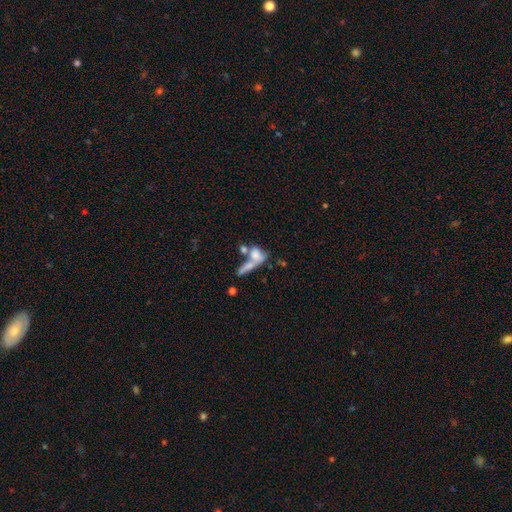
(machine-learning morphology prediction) The model was most divided on "merging": merger: 56%, none: 22%, major disturbance: 13%, minor disturbance: 10%. More confident: smooth or featured — smooth (66%); how rounded — in between (60%).